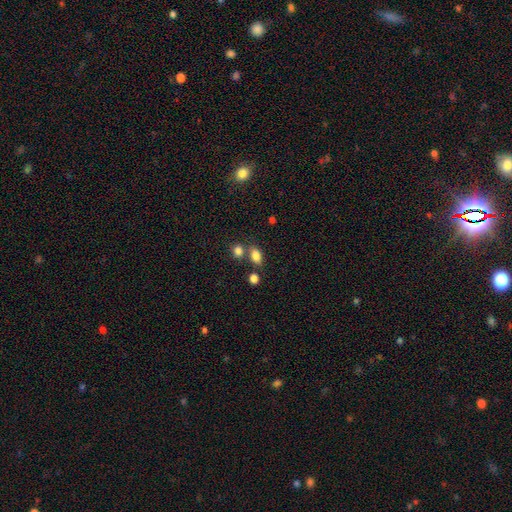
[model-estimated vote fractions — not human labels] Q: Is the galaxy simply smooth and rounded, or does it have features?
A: smooth — 82%.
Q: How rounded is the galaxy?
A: in between — 82%.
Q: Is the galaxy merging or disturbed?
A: none — 61%.